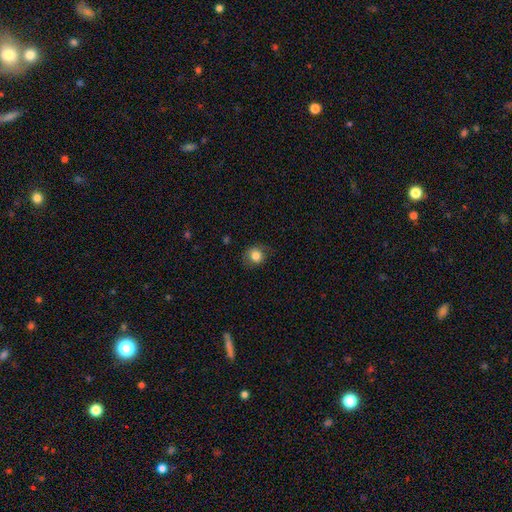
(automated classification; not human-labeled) A smooth galaxy with no disk features (82%) that is round (78%).

Vote fractions:
- Smooth or featured? smooth: 82% / star or artifact: 10% / featured or disk: 8%
- How rounded? round: 78% / in between: 21% / cigar-shaped: 1%
- Merging? none: 76% / minor disturbance: 17% / major disturbance: 5% / merger: 1%